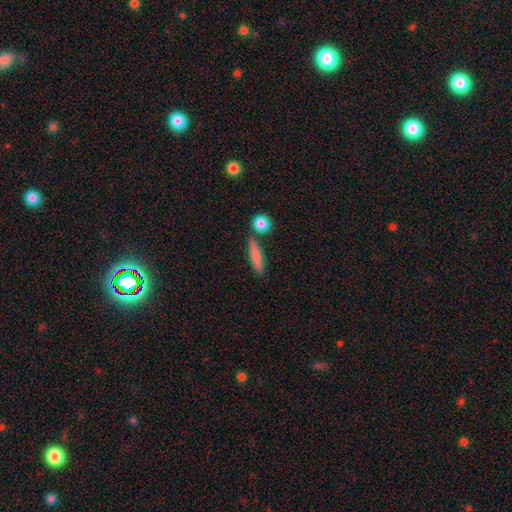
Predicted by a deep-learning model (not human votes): A smooth galaxy with no disk features (79%) that is cigar-shaped (78%).

Vote fractions:
- Smooth or featured? smooth: 79% / featured or disk: 14% / star or artifact: 7%
- How rounded? cigar-shaped: 78% / in between: 18% / round: 4%
- Merging? none: 76% / minor disturbance: 11% / merger: 9% / major disturbance: 3%